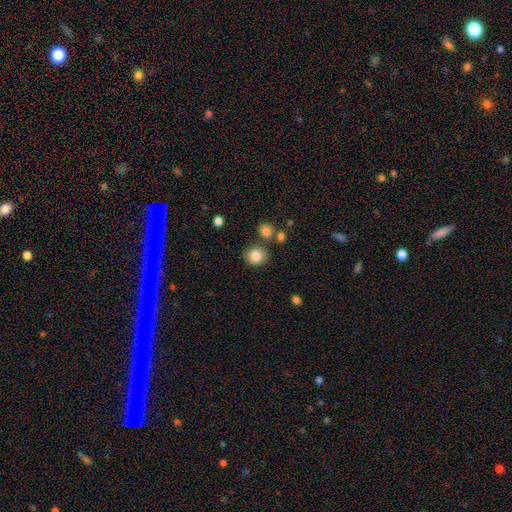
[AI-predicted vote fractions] Q: Smooth or featured?
A: smooth (84%); runner-up: star or artifact (9%)
Q: How rounded?
A: round (74%); runner-up: in between (25%)
Q: Merging?
A: none (76%); runner-up: minor disturbance (12%)